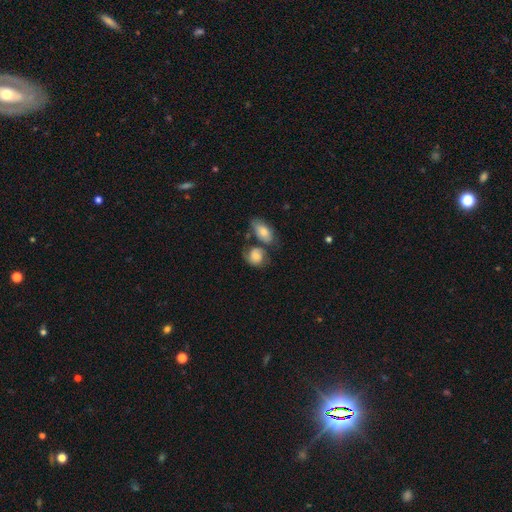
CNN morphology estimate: smooth_or_featured: smooth (p=0.64) [alt: featured or disk p=0.29]
how_rounded: round (p=0.55) [alt: in between p=0.44]
merging: none (p=0.35) [alt: merger p=0.34]